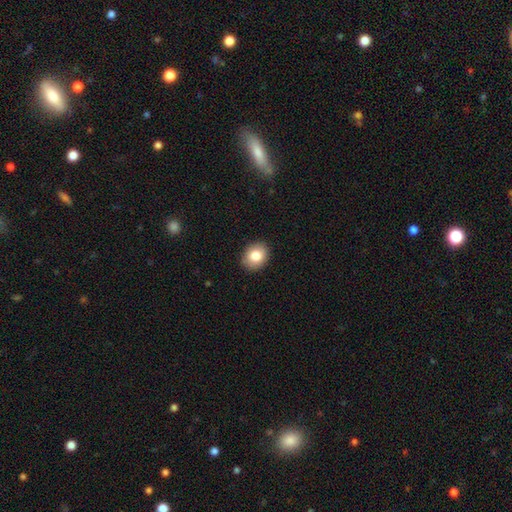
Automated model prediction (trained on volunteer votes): This appears to be a smooth galaxy with no disk features (82%) that is round (51%). Merging: none (90%).